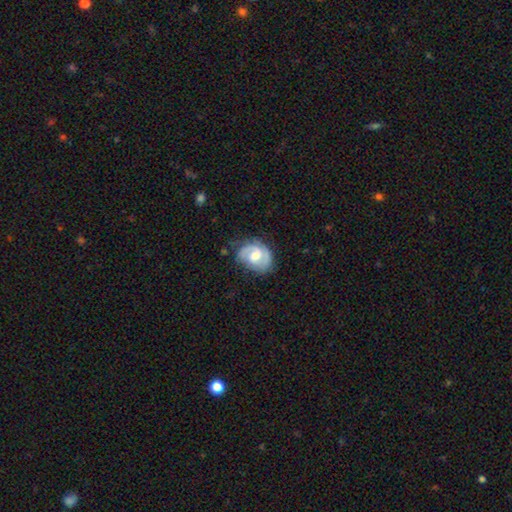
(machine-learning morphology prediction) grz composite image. It shows a featured or disk galaxy (77%) with a weak bar (49%), 2 (65%) tight (51%) spiral arms (92%) and a moderate central bulge (62%). Merging: none (64%).